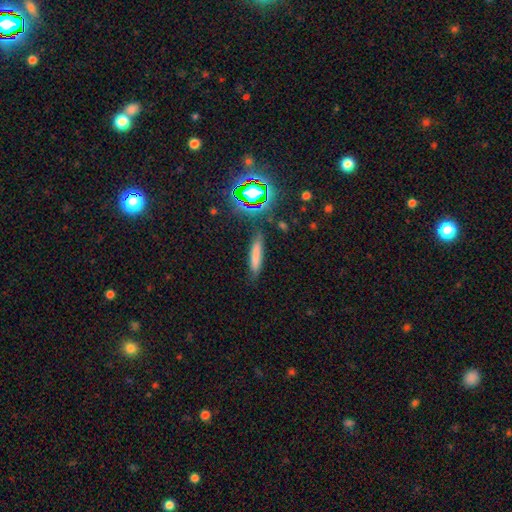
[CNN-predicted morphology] This appears to be a smooth galaxy with no disk features (74%) that is cigar-shaped (84%). Merging: none (80%).